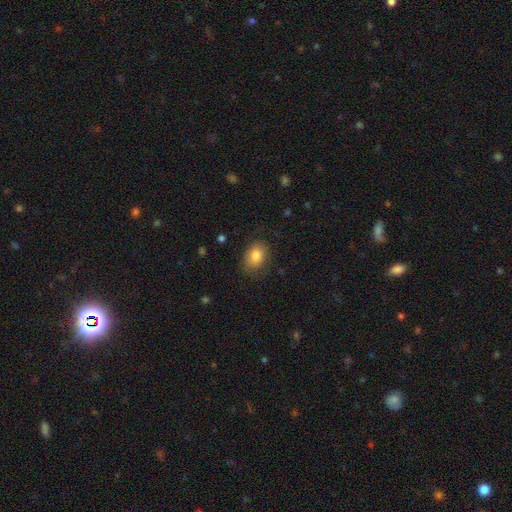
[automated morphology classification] Smooth or featured? smooth (83%)
How rounded? in between (77%)
Merging? none (77%)